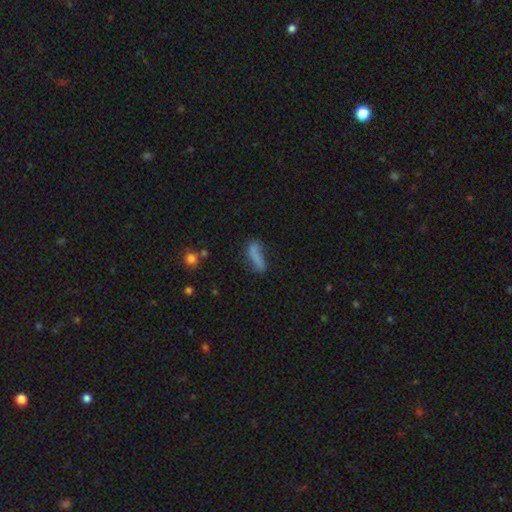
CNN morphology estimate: A smooth galaxy with no disk features (68%) that is cigar-shaped (50%). Merging: none (50%).